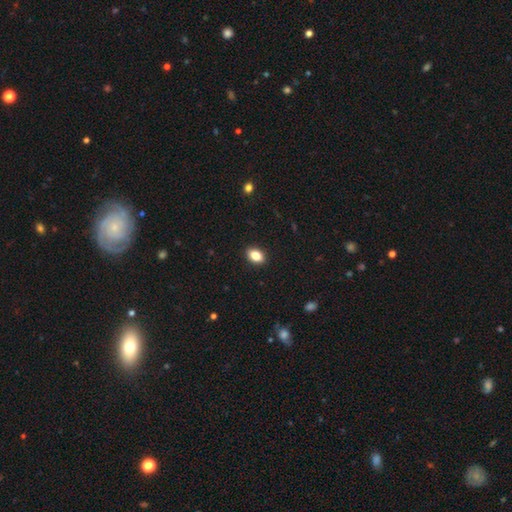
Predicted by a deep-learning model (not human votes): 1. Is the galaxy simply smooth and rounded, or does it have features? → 85% smooth, 9% star or artifact, 6% featured or disk.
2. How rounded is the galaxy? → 83% in between, 15% round, 2% cigar-shaped.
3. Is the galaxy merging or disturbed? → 91% none, 7% minor disturbance, 2% major disturbance, 1% merger.